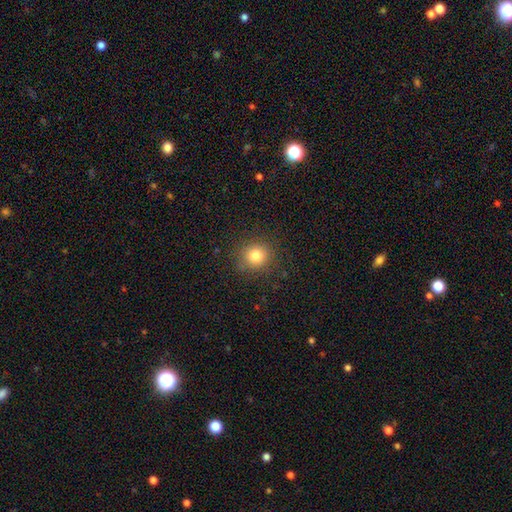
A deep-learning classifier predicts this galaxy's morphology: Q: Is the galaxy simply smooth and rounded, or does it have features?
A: smooth — 80%.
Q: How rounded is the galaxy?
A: round — 90%.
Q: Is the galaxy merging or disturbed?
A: none — 87%.